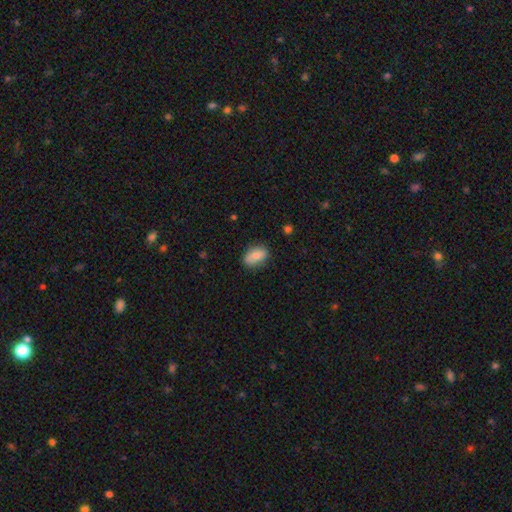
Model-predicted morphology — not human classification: smooth 79%, featured or disk 14%, star or artifact 7%. Down the decision tree: how rounded — in between (88%); merging — none (81%).